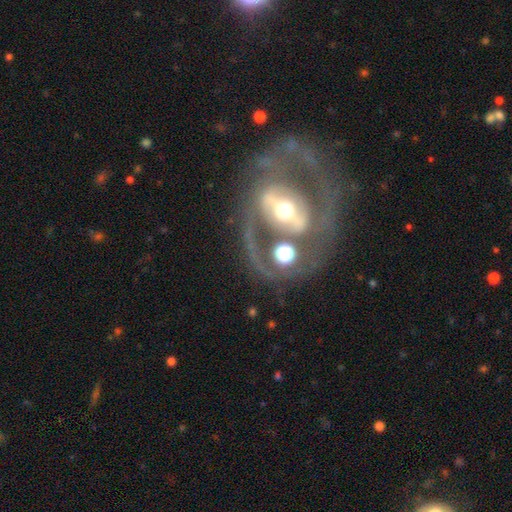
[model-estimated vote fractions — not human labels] This is clearly a featured or disk galaxy (84%). It is clearly not viewed edge-on (96%). Bar: marginally strong (38%). Spiral arm pattern: likely yes (72%). Spiral arm count: likely 2 (71%). Spiral winding: marginally medium (44%). Central bulge: possibly moderate (55%). Merging: possibly none (47%).